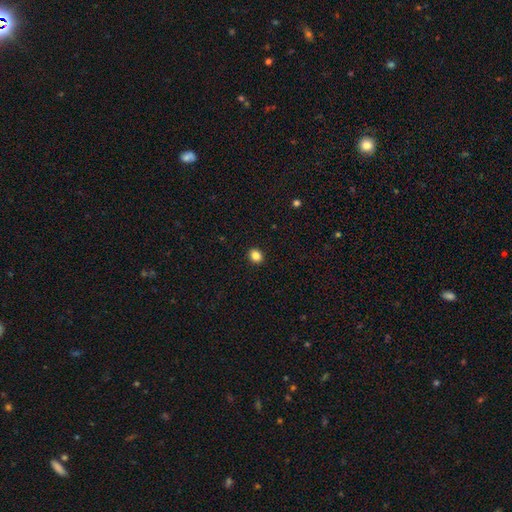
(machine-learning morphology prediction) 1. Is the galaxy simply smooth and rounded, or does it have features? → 85% smooth, 11% star or artifact, 5% featured or disk.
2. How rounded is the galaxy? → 64% round, 36% in between, 1% cigar-shaped.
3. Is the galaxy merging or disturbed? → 92% none, 5% minor disturbance, 2% major disturbance, 1% merger.